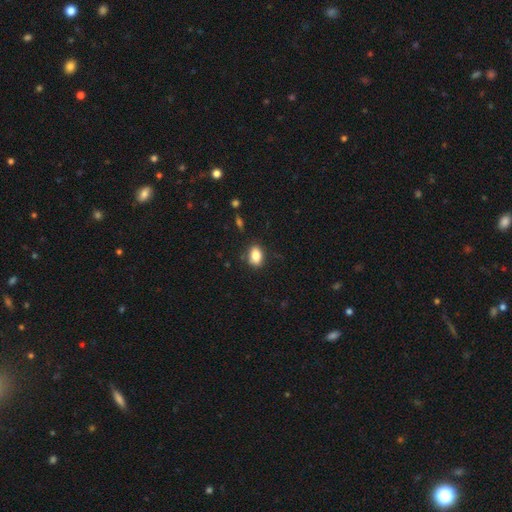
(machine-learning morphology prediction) smooth 84%, star or artifact 9%, featured or disk 7%. Down the decision tree: how rounded — in between (80%); merging — none (83%).